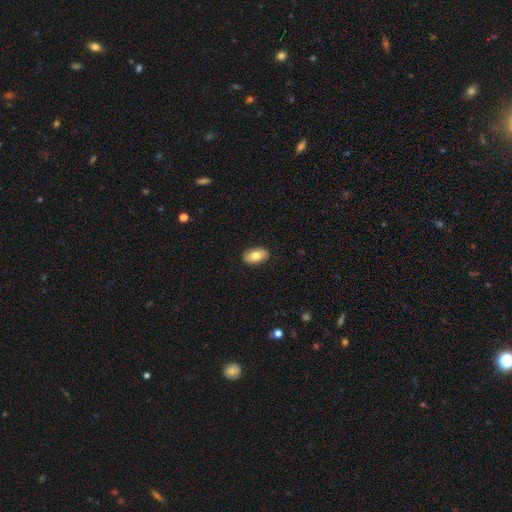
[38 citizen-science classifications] Smooth or featured: smooth — 74% (featured or disk — 21%)
How rounded: in between — 96% (round — 4%)
Merging: none — 92% (minor disturbance — 6%)